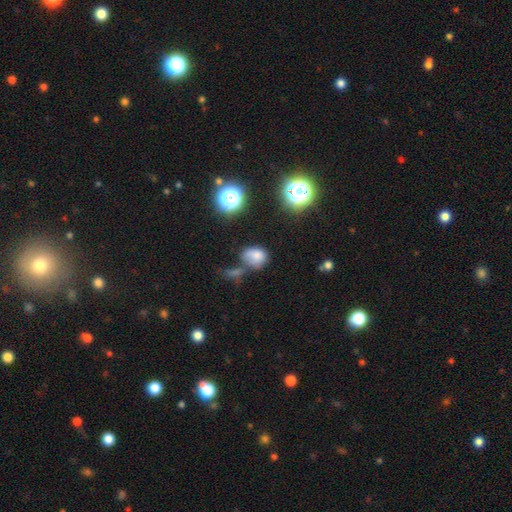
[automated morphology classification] Smooth or featured?
  - smooth: 71% *
  - star or artifact: 17%
  - featured or disk: 12%
How rounded?
  - in between: 56% *
  - round: 42%
  - cigar-shaped: 1%
Merging?
  - none: 39% *
  - merger: 24%
  - minor disturbance: 23%
  - major disturbance: 14%